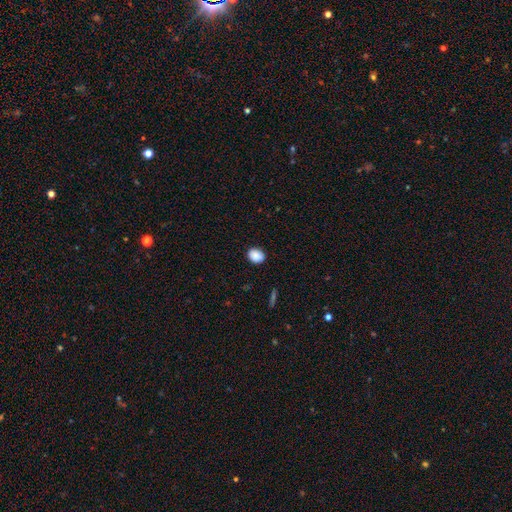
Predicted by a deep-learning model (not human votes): A smooth galaxy with no disk features (89%) that is in between round and cigar-shaped (53%). Merging: none (88%).